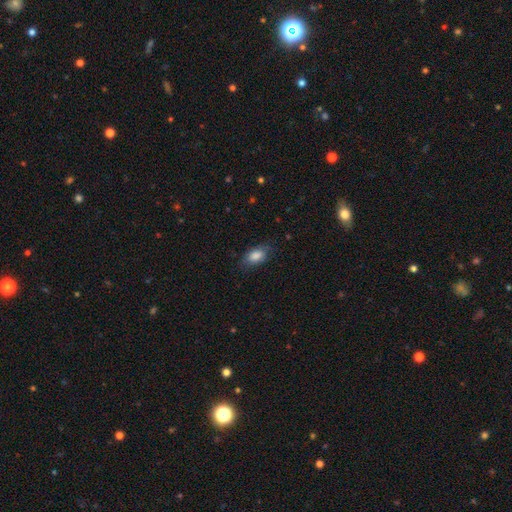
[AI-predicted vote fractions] A smooth galaxy with no disk features (84%) that is in between round and cigar-shaped (90%). Merging: none (72%).